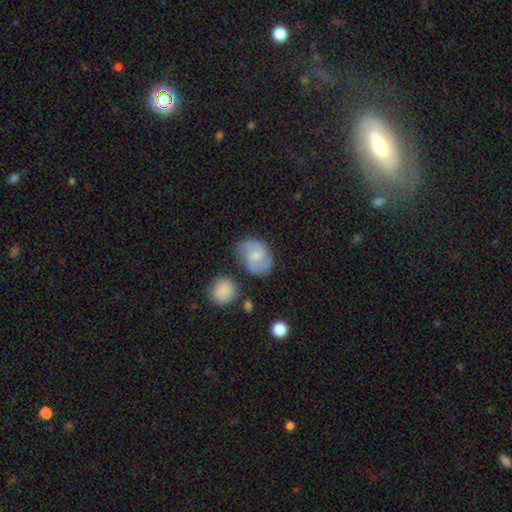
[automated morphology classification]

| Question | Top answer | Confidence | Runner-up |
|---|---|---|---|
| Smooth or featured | featured or disk | 48% | smooth (45%) |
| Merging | none | 63% | minor disturbance (22%) |